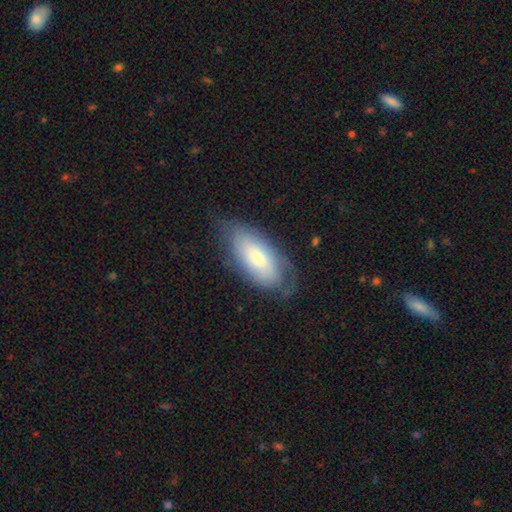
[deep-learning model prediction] Q: Smooth or featured?
A: smooth (55%); runner-up: featured or disk (37%)
Q: How rounded?
A: in between (88%); runner-up: cigar-shaped (10%)
Q: Merging?
A: none (66%); runner-up: minor disturbance (25%)